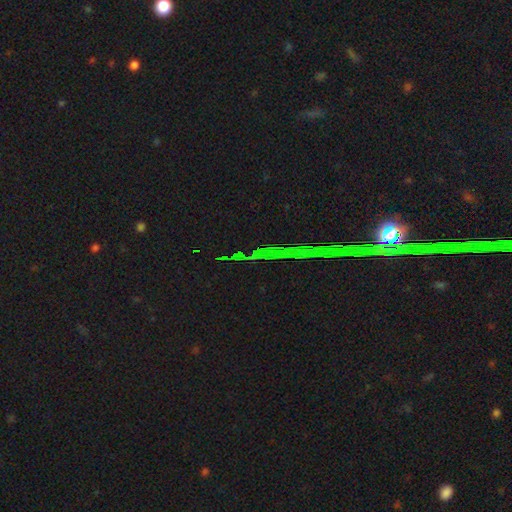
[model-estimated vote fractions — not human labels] smooth-or-featured: star or artifact: 81% | featured or disk: 10% | smooth: 9%